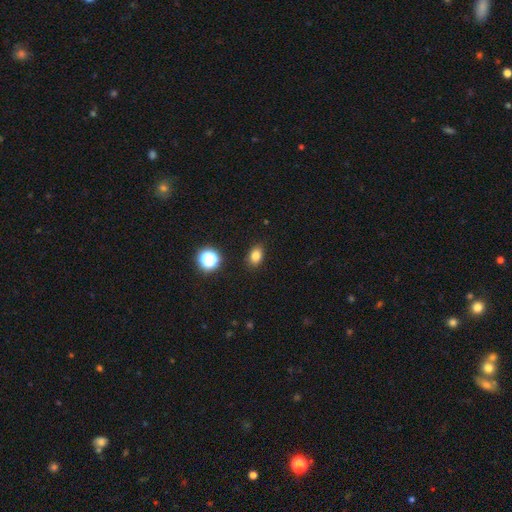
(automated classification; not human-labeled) A smooth galaxy with no disk features (81%) that is in between round and cigar-shaped (75%). Merging: none (88%).